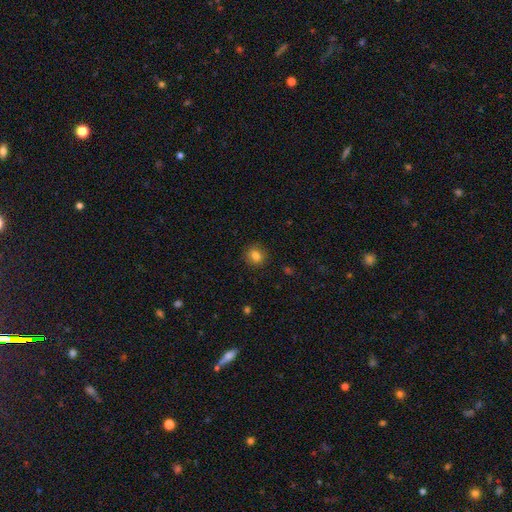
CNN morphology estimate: Smooth or featured: smooth — 83% (star or artifact — 11%)
How rounded: round — 80% (in between — 19%)
Merging: none — 89% (minor disturbance — 8%)